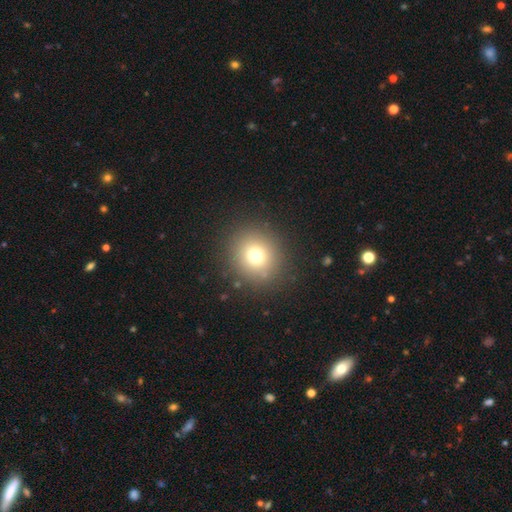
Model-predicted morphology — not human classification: This is likely a smooth galaxy (73%). How rounded: clearly round (89%). Merging: clearly none (88%).